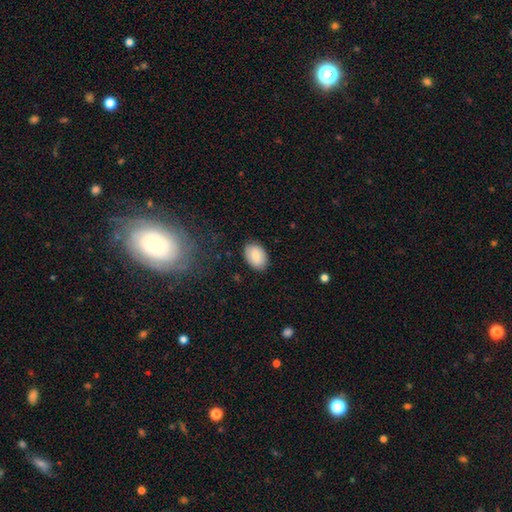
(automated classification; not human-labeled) A smooth galaxy with no disk features (81%) that is in between round and cigar-shaped (84%).

Vote fractions:
- Smooth or featured? smooth: 81% / featured or disk: 11% / star or artifact: 7%
- How rounded? in between: 84% / round: 15% / cigar-shaped: 1%
- Merging? none: 84% / minor disturbance: 12% / major disturbance: 3% / merger: 1%